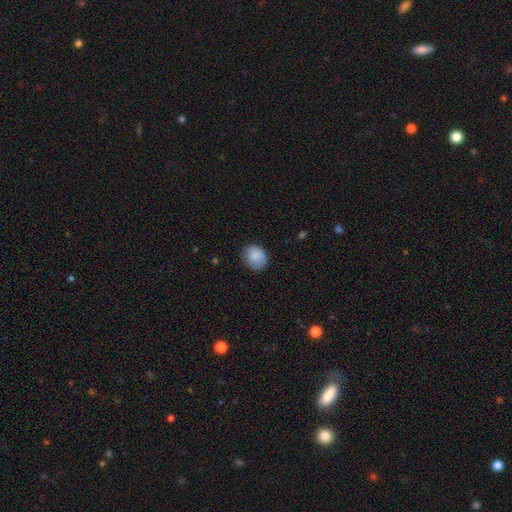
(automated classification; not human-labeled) Morphology: type=smooth (87%); roundness=round (59%); merging=none (77%).